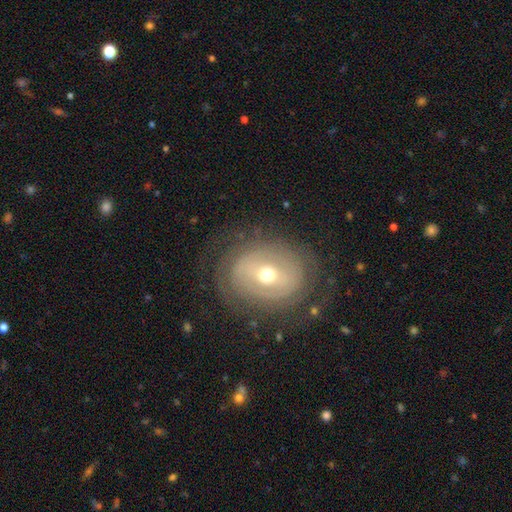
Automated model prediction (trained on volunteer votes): smooth-or-featured: featured or disk: 66% | smooth: 25% | star or artifact: 9%
  disk-edge-on: no: 94% | yes: 6%
    bar: weak: 39% | no: 37% | strong: 25%
    has-spiral-arms: yes: 57% | no: 43%
    bulge-size: moderate: 67% | small: 26% | large: 5% | dominant: 1% | none: 1%
  merging: none: 76% | minor disturbance: 15% | major disturbance: 9% | merger: 1%